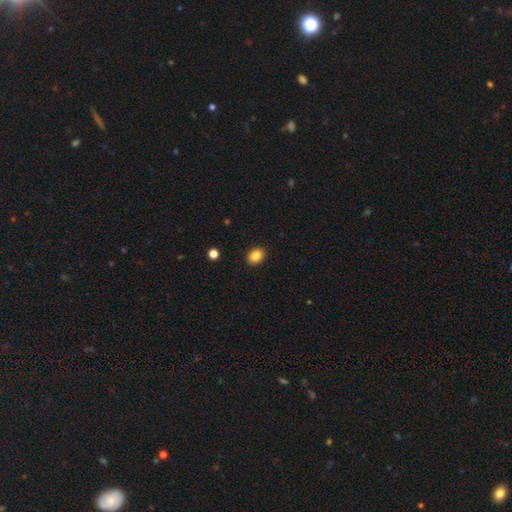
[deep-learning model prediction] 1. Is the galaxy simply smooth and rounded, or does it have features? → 86% smooth, 9% star or artifact, 4% featured or disk.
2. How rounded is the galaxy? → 60% in between, 39% round, 1% cigar-shaped.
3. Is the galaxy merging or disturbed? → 90% none, 7% minor disturbance, 2% major disturbance, 1% merger.